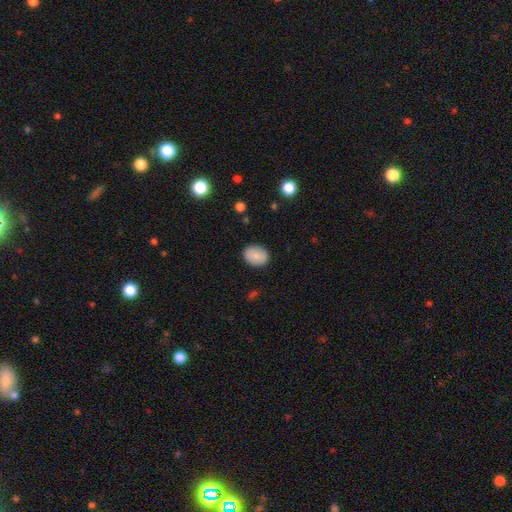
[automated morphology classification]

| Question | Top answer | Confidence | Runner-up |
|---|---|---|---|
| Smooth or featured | smooth | 81% | featured or disk (12%) |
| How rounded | in between | 58% | round (41%) |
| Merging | none | 87% | minor disturbance (9%) |